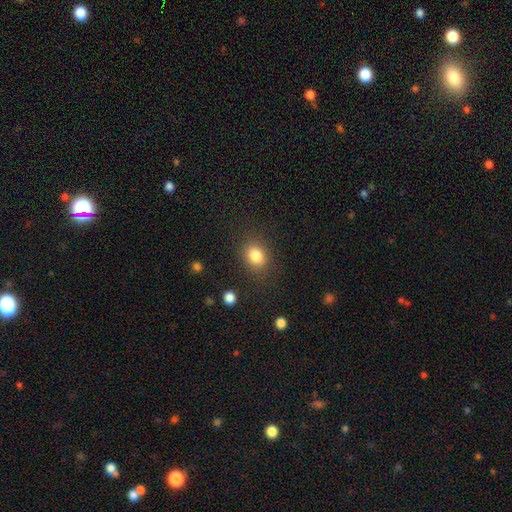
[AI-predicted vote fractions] smooth-or-featured: smooth: 83% | star or artifact: 10% | featured or disk: 7%
  how-rounded: in between: 56% | round: 43% | cigar-shaped: 1%
  merging: none: 82% | minor disturbance: 11% | major disturbance: 4% | merger: 2%